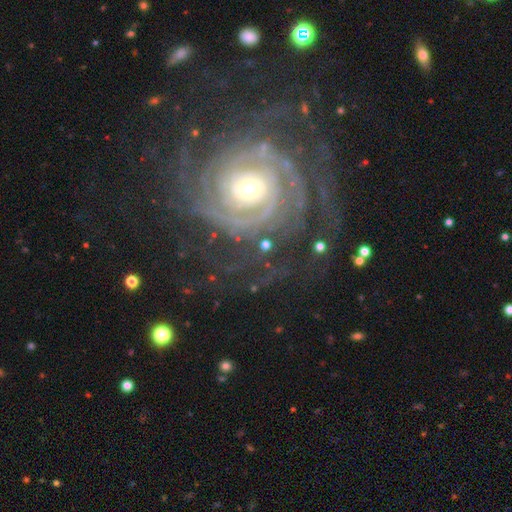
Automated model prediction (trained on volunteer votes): Smooth or featured?
  - featured or disk: 90% *
  - star or artifact: 7%
  - smooth: 4%
Edge-on disk?
  - no: 97% *
  - yes: 3%
Bar?
  - no: 43% *
  - weak: 35%
  - strong: 21%
Spiral arms?
  - yes: 98% *
  - no: 2%
Spiral winding?
  - tight: 79% *
  - medium: 18%
  - loose: 3%
Spiral arm count?
  - can't tell: 23% *
  - 2: 19%
  - 3: 18%
  - 4: 17%
  - more than 4: 14%
  - 1: 9%
Bulge size?
  - moderate: 50% *
  - small: 42%
  - large: 6%
  - none: 1%
  - dominant: 1%
Merging?
  - none: 73% *
  - minor disturbance: 14%
  - major disturbance: 12%
  - merger: 2%